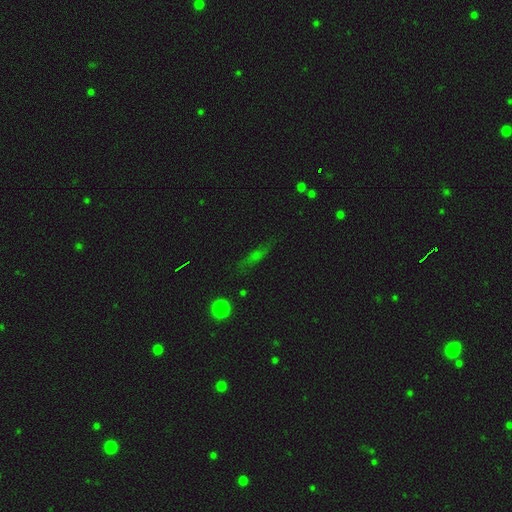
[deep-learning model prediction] Q: Smooth or featured?
A: smooth (42%); runner-up: featured or disk (30%)
Q: Merging?
A: none (74%); runner-up: minor disturbance (16%)